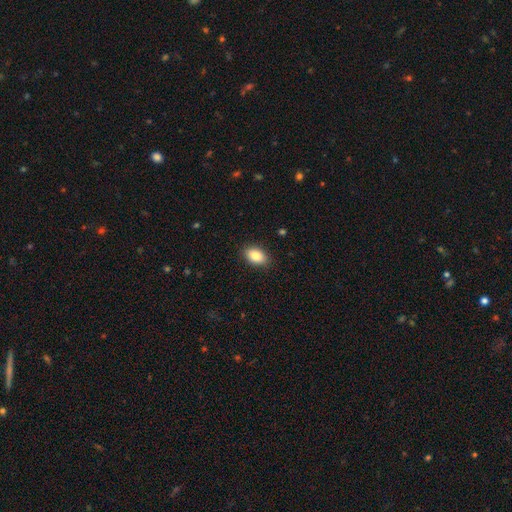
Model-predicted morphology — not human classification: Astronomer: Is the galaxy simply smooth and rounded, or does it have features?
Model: smooth — 85%.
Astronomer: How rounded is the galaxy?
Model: in between — 89%.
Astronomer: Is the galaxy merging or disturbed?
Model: none — 89%.